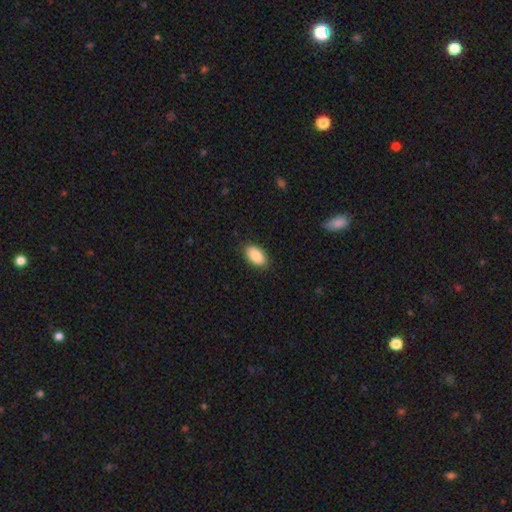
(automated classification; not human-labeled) Q: Smooth or featured?
A: smooth (90%); runner-up: star or artifact (6%)
Q: How rounded?
A: in between (94%); runner-up: round (4%)
Q: Merging?
A: none (88%); runner-up: minor disturbance (9%)